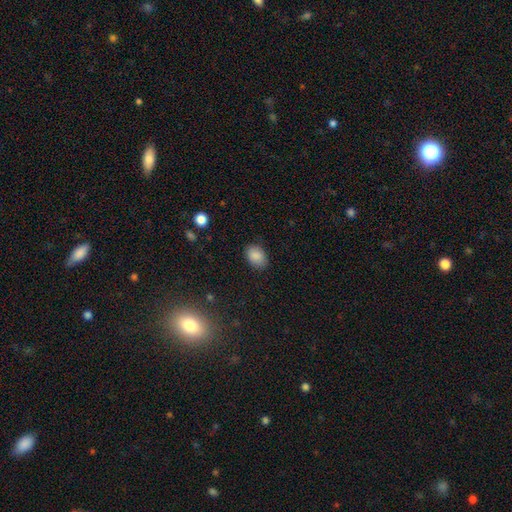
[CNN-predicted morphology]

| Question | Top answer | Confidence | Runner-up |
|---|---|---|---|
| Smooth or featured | smooth | 88% | star or artifact (8%) |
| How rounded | in between | 79% | round (20%) |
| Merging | none | 84% | minor disturbance (12%) |